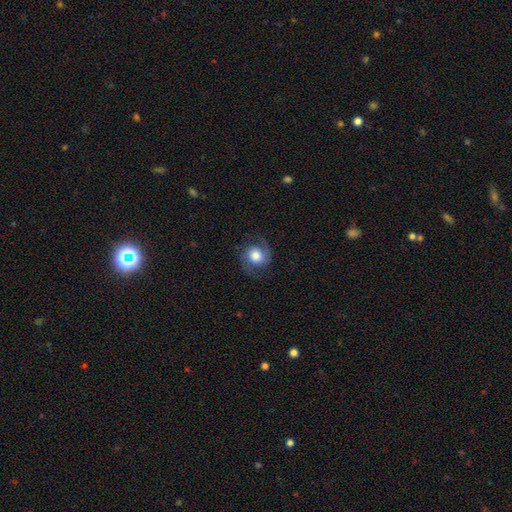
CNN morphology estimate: The model was most divided on "bulge size": large: 43%, moderate: 40%, dominant: 9%, small: 6%, none: 2%. Remaining: edge-on disk — no (97%); spiral arms — yes (93%); spiral arm count — 2 (88%); merging — none (75%); bar — no (72%); smooth or featured — featured or disk (62%); spiral winding — medium (49%).